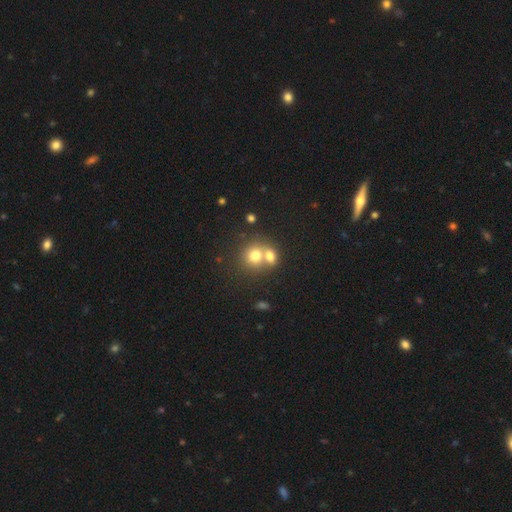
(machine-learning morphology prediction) smooth_or_featured: smooth (p=0.72) [alt: featured or disk p=0.16]
how_rounded: round (p=0.76) [alt: in between p=0.23]
merging: merger (p=0.60) [alt: none p=0.32]